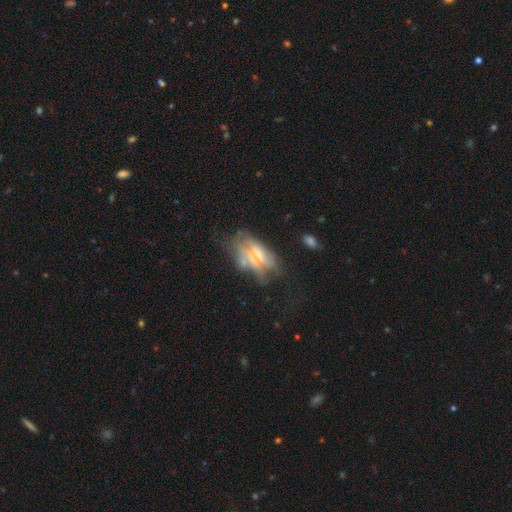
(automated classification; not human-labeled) Overall: featured or disk (48%; smooth 39%). Merging: none (36%; major disturbance 27%).